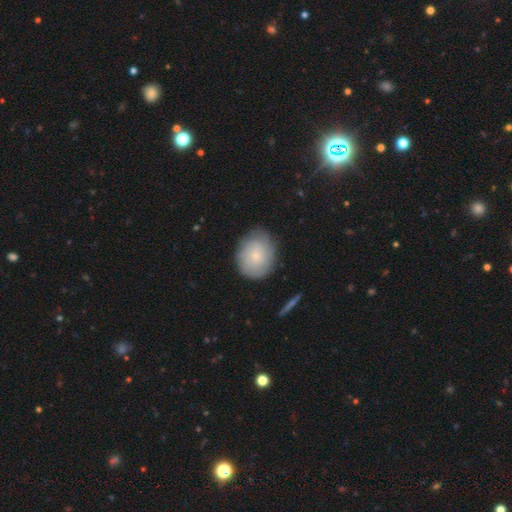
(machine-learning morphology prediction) smooth-or-featured: smooth: 57% | featured or disk: 36% | star or artifact: 7%
  how-rounded: round: 65% | in between: 33% | cigar-shaped: 1%
  merging: none: 77% | minor disturbance: 17% | major disturbance: 4% | merger: 1%